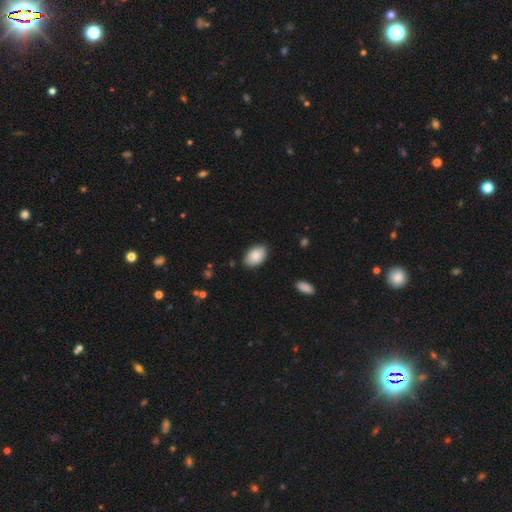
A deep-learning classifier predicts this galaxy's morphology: Q: Smooth or featured?
A: smooth (87%); runner-up: featured or disk (7%)
Q: How rounded?
A: in between (92%); runner-up: round (7%)
Q: Merging?
A: none (86%); runner-up: minor disturbance (11%)